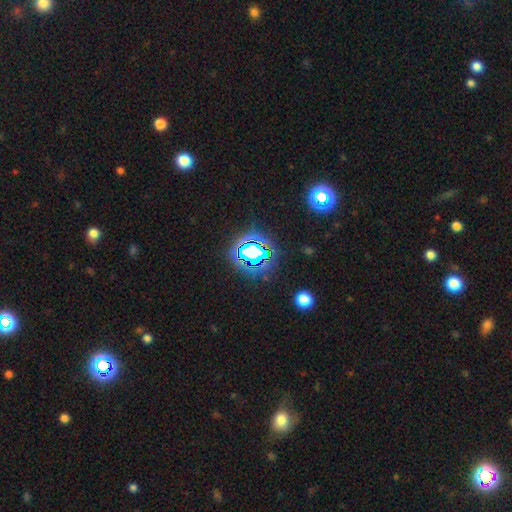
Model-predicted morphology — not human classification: Smooth or featured? star or artifact (69%)